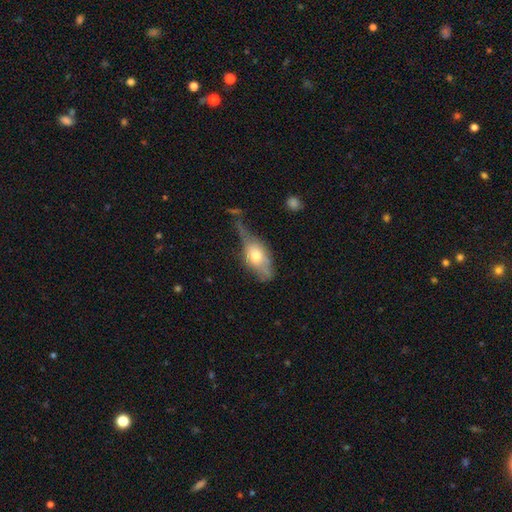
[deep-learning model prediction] Morphology: type=smooth (55%); roundness=in between (82%); merging=major disturbance (35%).